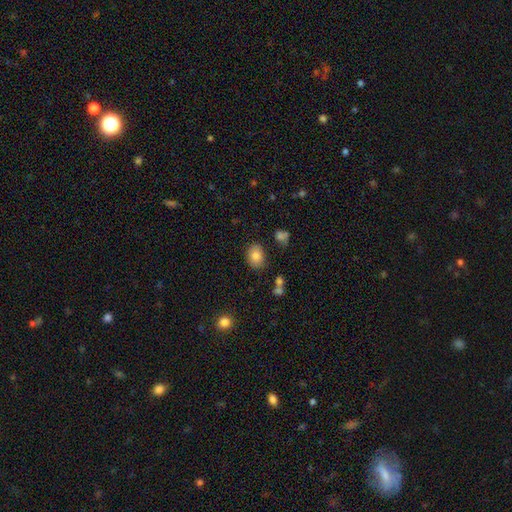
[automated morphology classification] smooth 83%, star or artifact 9%, featured or disk 8%. Down the decision tree: how rounded — in between (67%); merging — none (78%).